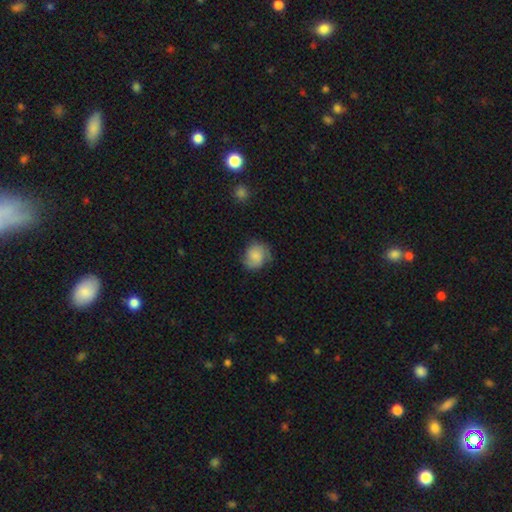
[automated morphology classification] smooth-or-featured: smooth: 64% | featured or disk: 28% | star or artifact: 8%
  how-rounded: round: 69% | in between: 30% | cigar-shaped: 1%
  merging: none: 63% | minor disturbance: 26% | major disturbance: 9% | merger: 2%